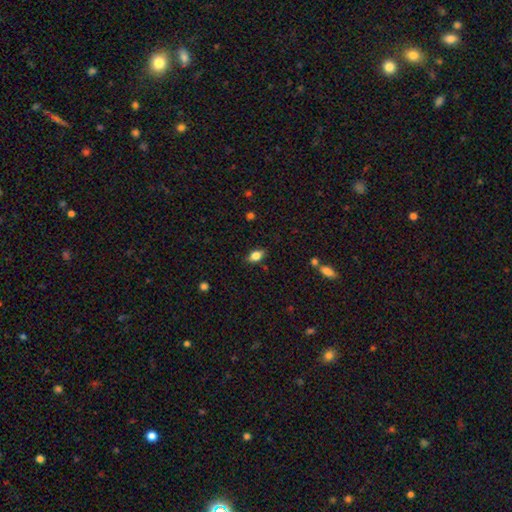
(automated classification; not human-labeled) Smooth or featured? smooth (82%)
How rounded? in between (85%)
Merging? none (83%)